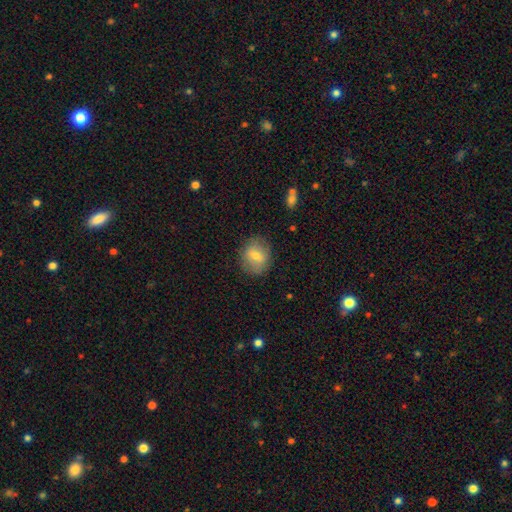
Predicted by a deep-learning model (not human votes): This appears to be a smooth galaxy with no disk features (71%) that is round (71%). Merging: none (83%).